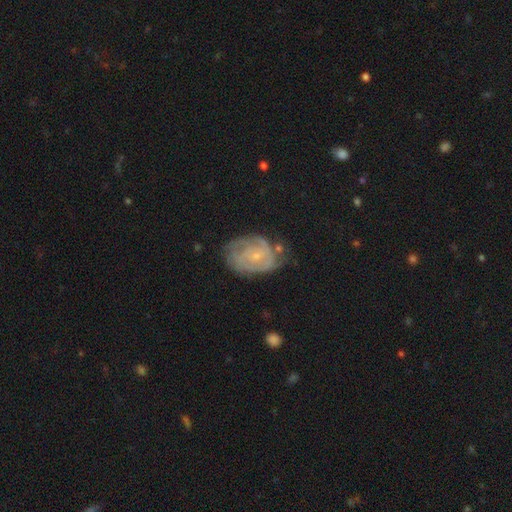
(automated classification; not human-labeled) smooth-or-featured: featured or disk: 77% | smooth: 16% | star or artifact: 7%
  disk-edge-on: no: 97% | yes: 3%
    bar: no: 67% | weak: 28% | strong: 5%
    has-spiral-arms: yes: 90% | no: 10%
      spiral-winding: tight: 65% | medium: 28% | loose: 8%
      spiral-arm-count: can't tell: 36% | 2: 32% | 3: 17% | 4: 6% | 1: 5% | more than 4: 4%
    bulge-size: small: 77% | moderate: 17% | none: 4% | large: 1% | dominant: 1%
  merging: none: 60% | minor disturbance: 25% | major disturbance: 11% | merger: 3%